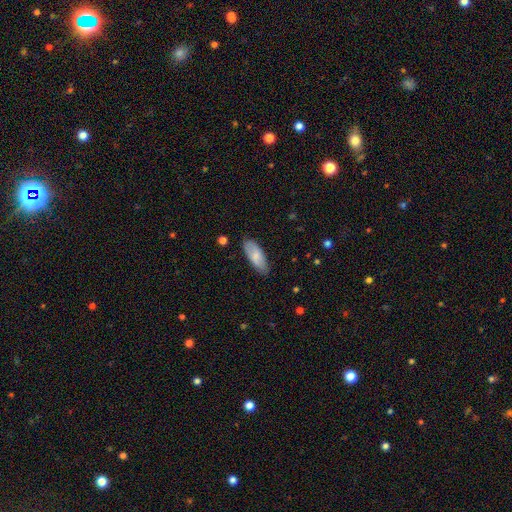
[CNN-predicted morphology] Smooth or featured? smooth (78%)
How rounded? in between (79%)
Merging? none (82%)